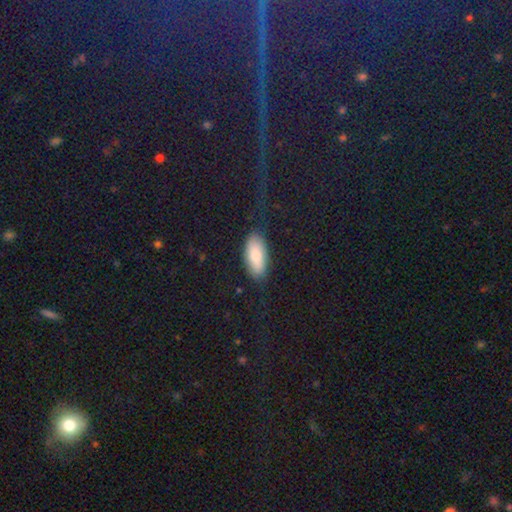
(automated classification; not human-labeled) Smooth or featured?
  - smooth: 79% *
  - featured or disk: 15%
  - star or artifact: 6%
How rounded?
  - in between: 88% *
  - cigar-shaped: 10%
  - round: 2%
Merging?
  - none: 80% *
  - minor disturbance: 14%
  - major disturbance: 5%
  - merger: 1%